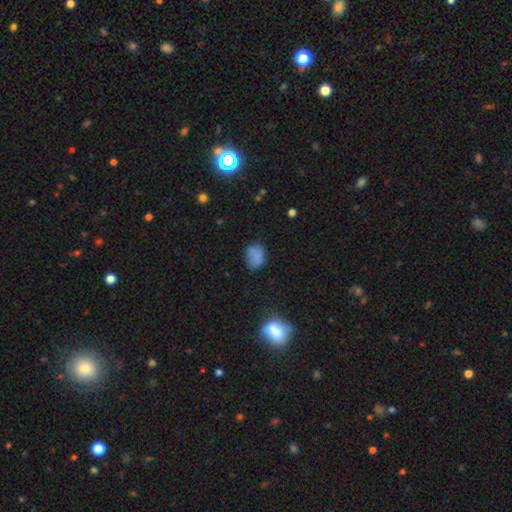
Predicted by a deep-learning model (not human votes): A smooth galaxy with no disk features (77%) that is in between round and cigar-shaped (64%).

Vote fractions:
- Smooth or featured? smooth: 77% / star or artifact: 14% / featured or disk: 9%
- How rounded? in between: 64% / round: 35% / cigar-shaped: 1%
- Merging? none: 60% / minor disturbance: 27% / major disturbance: 10% / merger: 3%